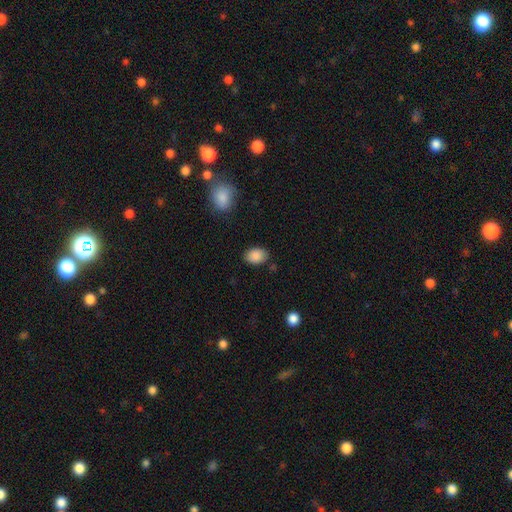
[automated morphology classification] type=smooth (89%); roundness=in between (79%); merging=none (81%).